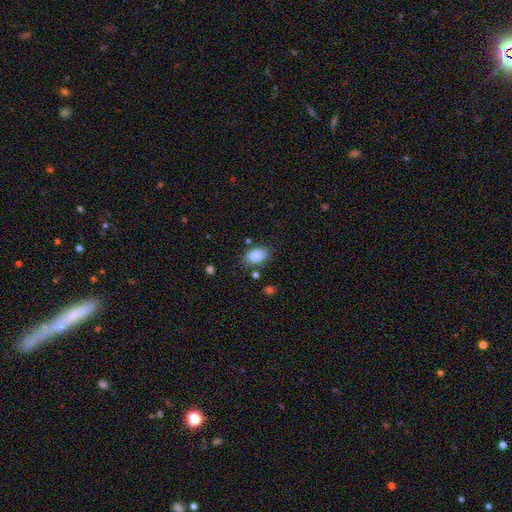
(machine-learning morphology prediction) This appears to be a smooth galaxy with no disk features (87%) that is in between round and cigar-shaped (85%). Merging: none (75%).